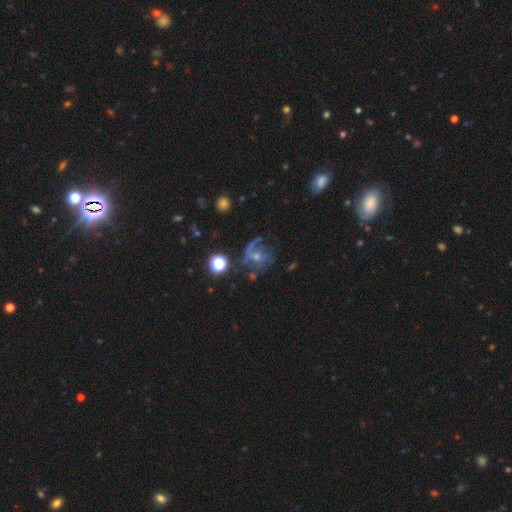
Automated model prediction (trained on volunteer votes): smooth-or-featured: featured or disk: 67% | smooth: 18% | star or artifact: 15%
  disk-edge-on: no: 97% | yes: 3%
    bar: no: 62% | weak: 31% | strong: 8%
    has-spiral-arms: yes: 84% | no: 16%
      spiral-winding: medium: 42% | loose: 37% | tight: 21%
      spiral-arm-count: 1: 29% (tied) | 2: 29% (tied) | can't tell: 21% | 3: 13% | 4: 4% | more than 4: 4%
    bulge-size: small: 46% | moderate: 44% | none: 5% | large: 3% | dominant: 1%
  merging: none: 46% | major disturbance: 29% | minor disturbance: 20% | merger: 6%